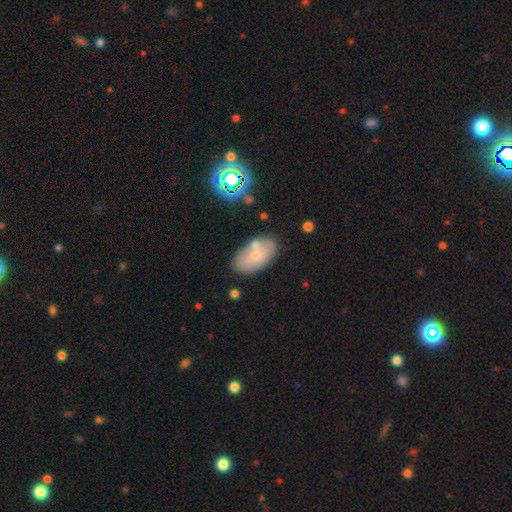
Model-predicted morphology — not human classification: Overall: smooth (65%; featured or disk 25%). How rounded: in between (93%). Merging: none (73%).